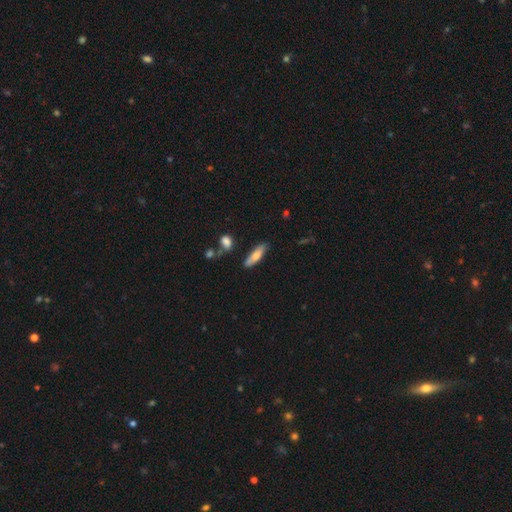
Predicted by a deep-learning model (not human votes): smooth 71%, featured or disk 23%, star or artifact 6%. Down the decision tree: how rounded — cigar-shaped (60%); merging — none (81%).